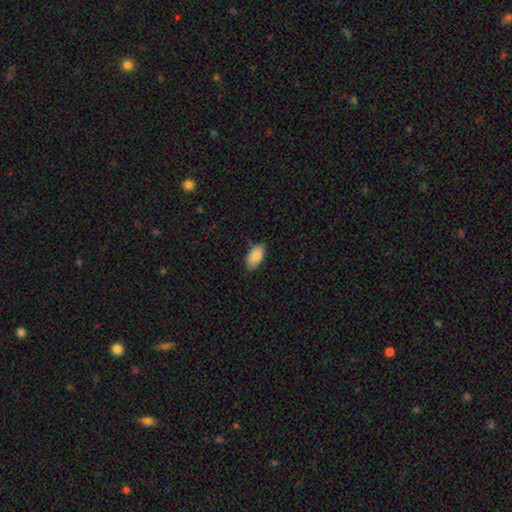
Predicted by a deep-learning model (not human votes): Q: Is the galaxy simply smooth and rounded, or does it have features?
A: smooth — 88%.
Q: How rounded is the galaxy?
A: in between — 94%.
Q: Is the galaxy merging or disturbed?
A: none — 76%.